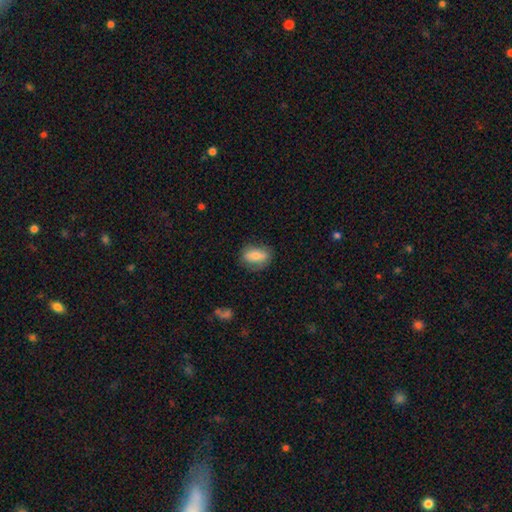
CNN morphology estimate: Smooth or featured? Predicted: smooth (p=0.75). How rounded? Predicted: in between (p=0.79). Merging? Predicted: none (p=0.75).